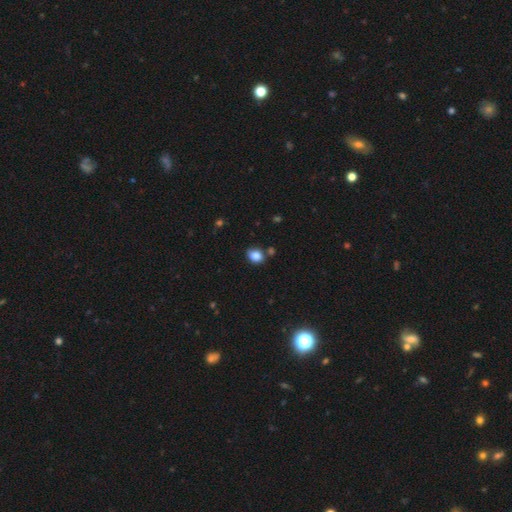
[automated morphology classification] Overall: smooth (85%). How rounded: in between (51%; round 48%). Merging: none (74%).